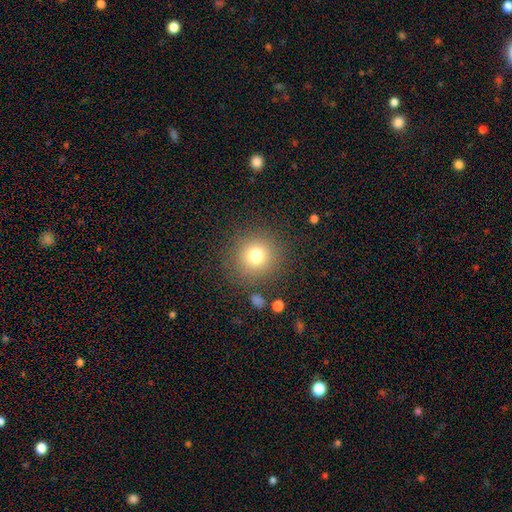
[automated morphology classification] Overall: smooth (76%). How rounded: round (92%). Merging: none (85%).